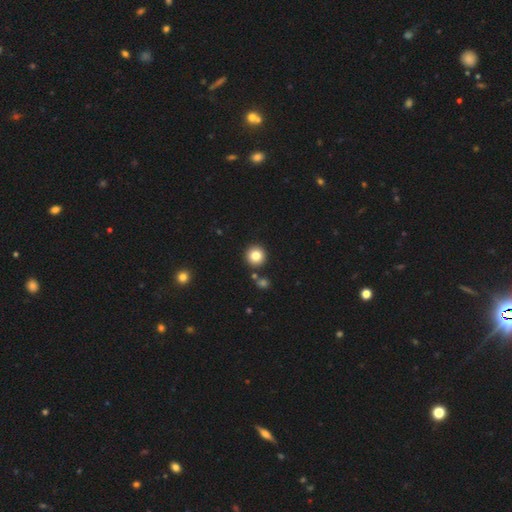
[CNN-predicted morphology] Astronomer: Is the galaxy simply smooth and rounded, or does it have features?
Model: smooth — 81%.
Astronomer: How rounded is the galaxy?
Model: round — 95%.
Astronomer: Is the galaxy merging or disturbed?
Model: none — 86%.